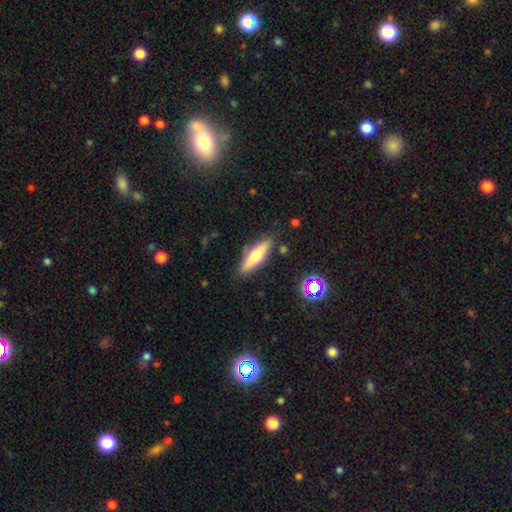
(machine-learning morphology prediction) Smooth or featured?
  - smooth: 47% *
  - featured or disk: 46%
  - star or artifact: 8%
Merging?
  - none: 84% *
  - minor disturbance: 11%
  - major disturbance: 3%
  - merger: 2%